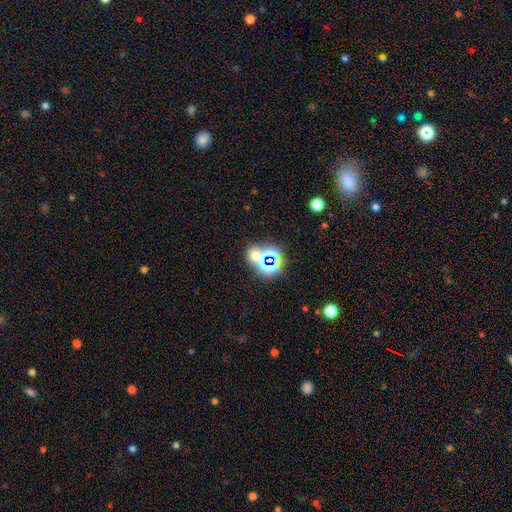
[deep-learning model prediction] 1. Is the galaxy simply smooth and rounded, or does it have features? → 46% star or artifact, 45% smooth, 9% featured or disk.